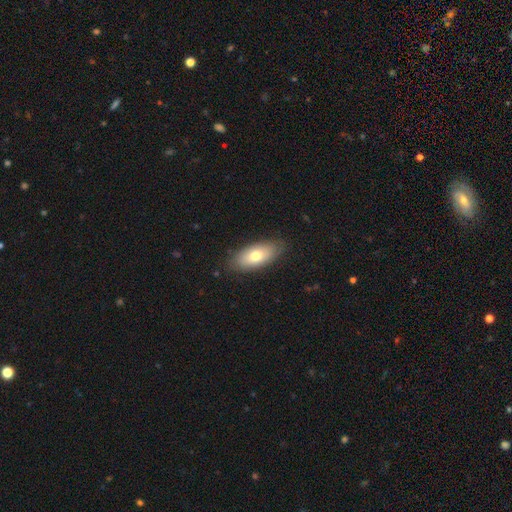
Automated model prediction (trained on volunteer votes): This appears to be a smooth galaxy with no disk features (71%) that is in between round and cigar-shaped (88%). Merging: none (84%).